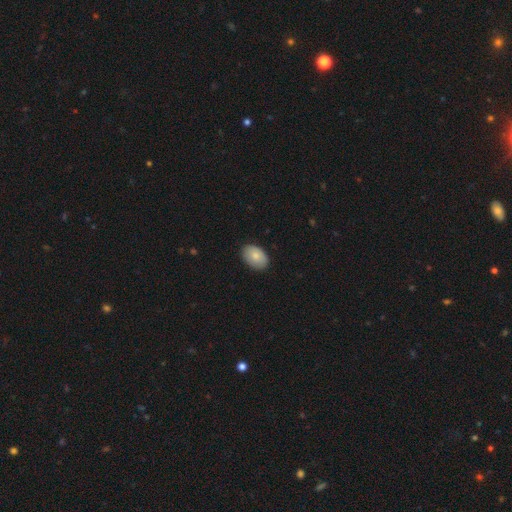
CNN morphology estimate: Q: Smooth or featured?
A: smooth (82%); runner-up: featured or disk (12%)
Q: How rounded?
A: in between (88%); runner-up: round (11%)
Q: Merging?
A: none (86%); runner-up: minor disturbance (11%)